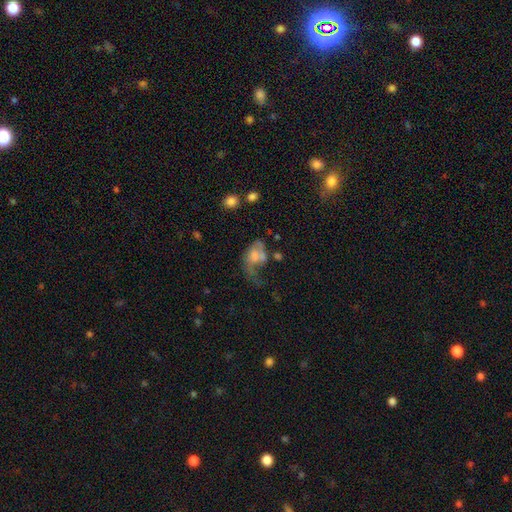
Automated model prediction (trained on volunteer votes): Morphology: type=smooth (48%); merging=major disturbance (53%).